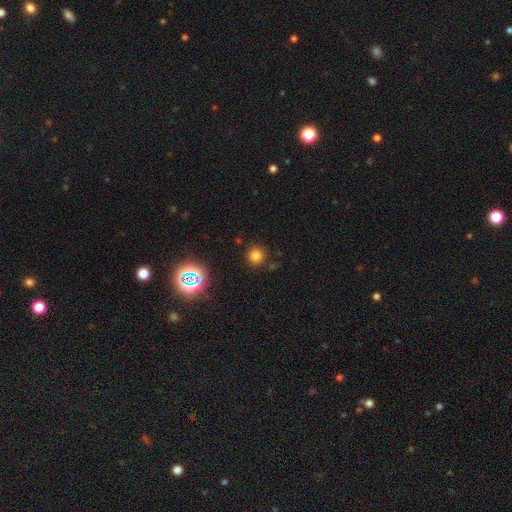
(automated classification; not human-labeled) This is likely a smooth galaxy (75%). How rounded: clearly round (94%). Merging: clearly none (87%).